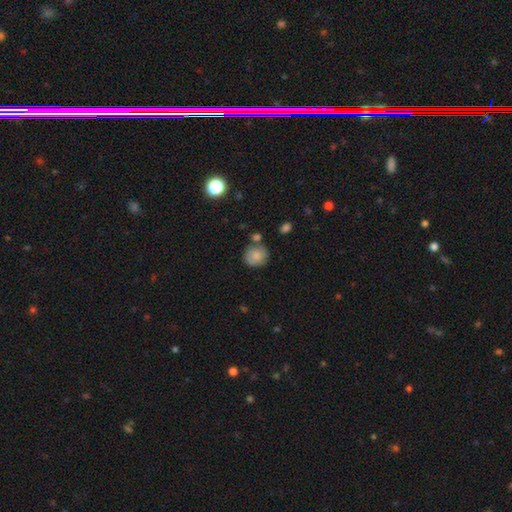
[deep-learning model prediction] Morphology: type=smooth (81%); roundness=round (82%); merging=none (68%).